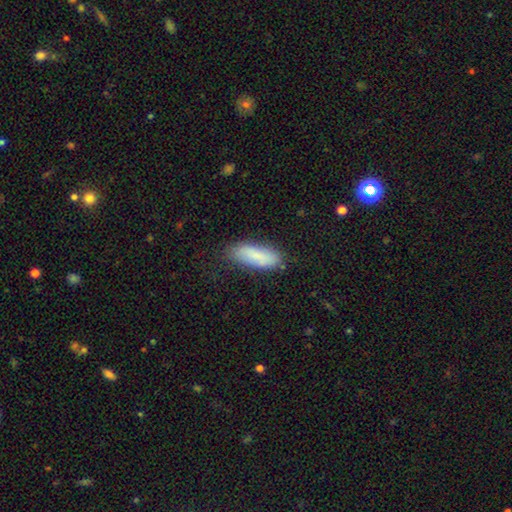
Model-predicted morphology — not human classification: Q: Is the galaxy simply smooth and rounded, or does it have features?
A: smooth — 83%.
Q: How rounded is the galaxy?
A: in between — 64%.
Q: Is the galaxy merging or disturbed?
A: none — 73%.